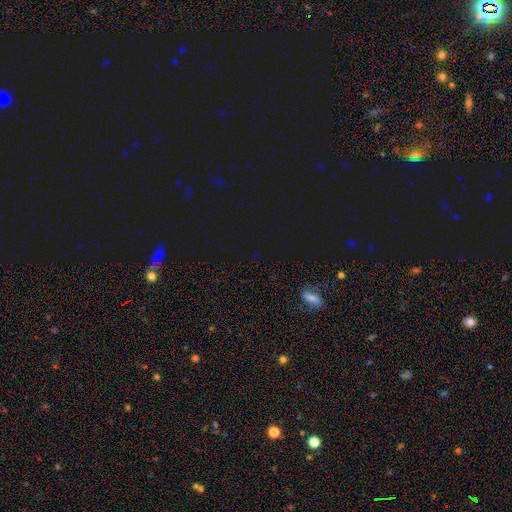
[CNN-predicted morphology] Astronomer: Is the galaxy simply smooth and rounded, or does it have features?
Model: star or artifact — 72%.